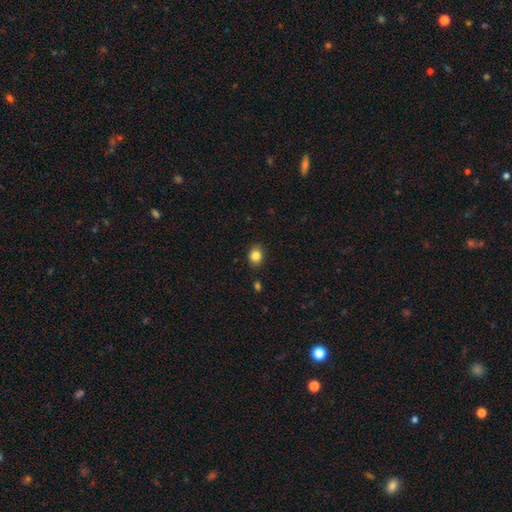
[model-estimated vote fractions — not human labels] The model was most divided on "how rounded": round: 51%, in between: 48%, cigar-shaped: 1%. More confident: merging — none (86%); smooth or featured — smooth (85%).